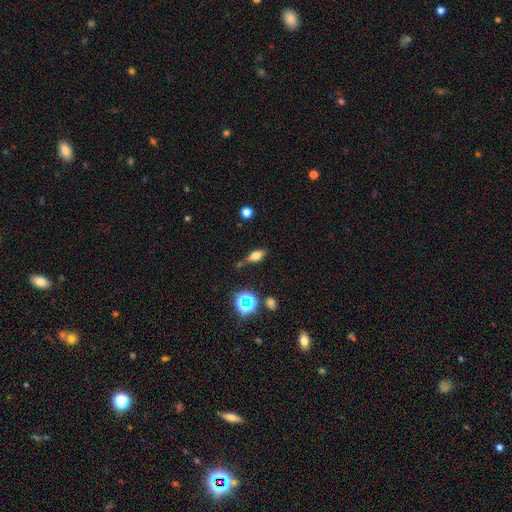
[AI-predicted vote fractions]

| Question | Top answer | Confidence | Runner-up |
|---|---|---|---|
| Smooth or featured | smooth | 59% | featured or disk (25%) |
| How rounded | in between | 69% | cigar-shaped (22%) |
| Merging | none | 64% | minor disturbance (21%) |